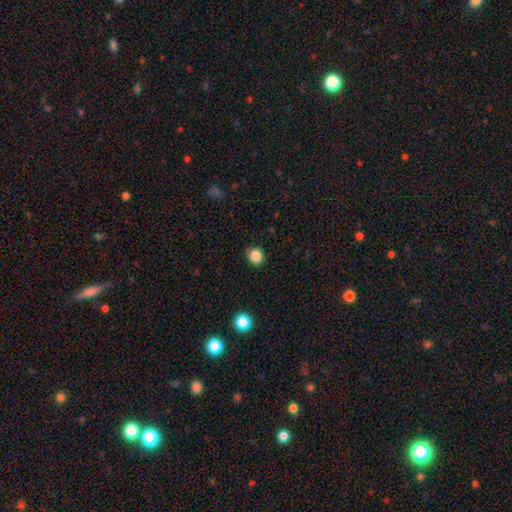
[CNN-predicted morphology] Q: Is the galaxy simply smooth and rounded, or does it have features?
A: smooth — 85%.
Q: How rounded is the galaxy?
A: round — 87%.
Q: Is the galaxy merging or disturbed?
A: none — 88%.